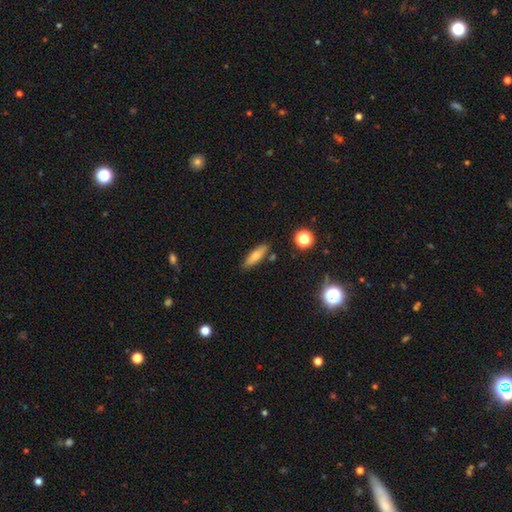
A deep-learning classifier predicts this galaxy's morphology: A smooth galaxy with no disk features (73%) that is cigar-shaped (59%).

Vote fractions:
- Smooth or featured? smooth: 73% / featured or disk: 18% / star or artifact: 9%
- How rounded? cigar-shaped: 59% / in between: 38% / round: 3%
- Merging? none: 83% / minor disturbance: 11% / merger: 4% / major disturbance: 2%